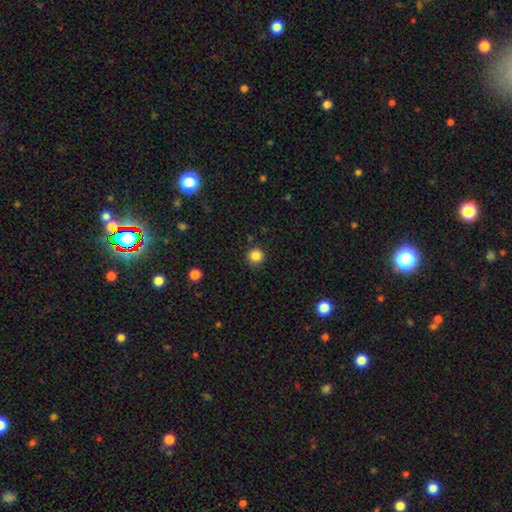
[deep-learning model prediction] This appears to be a smooth galaxy with no disk features (86%) that is round (95%). Merging: none (89%).